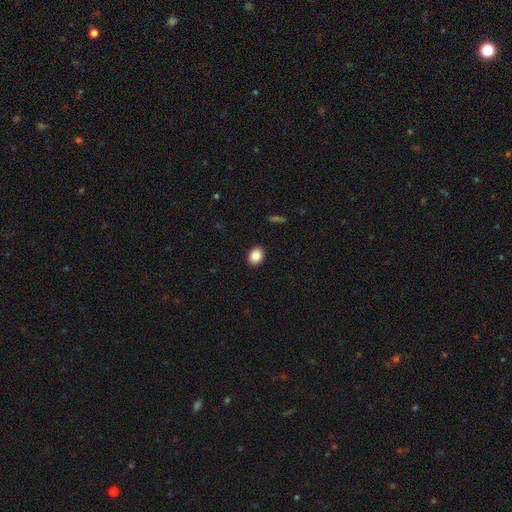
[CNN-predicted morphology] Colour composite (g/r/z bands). It shows a smooth galaxy with no disk features (85%) that is in between round and cigar-shaped (56%). Merging: none (91%).